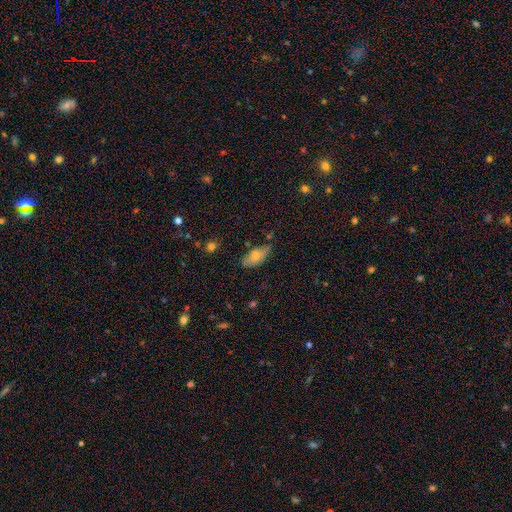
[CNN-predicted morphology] Smooth or featured? Predicted: smooth (p=0.74). How rounded? Predicted: in between (p=0.89). Merging? Predicted: none (p=0.59).